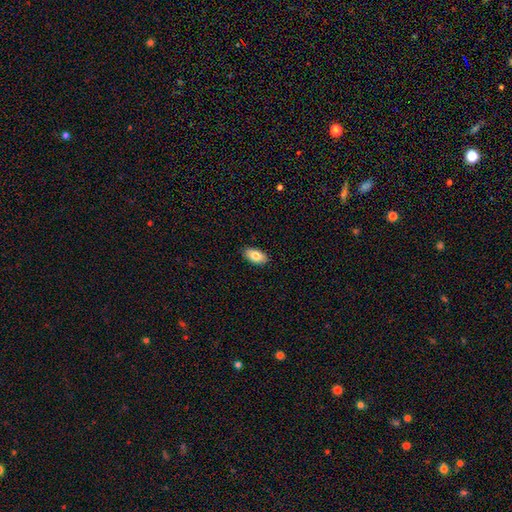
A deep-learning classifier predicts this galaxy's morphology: This is clearly a smooth galaxy (84%). How rounded: clearly in between (94%). Merging: clearly none (88%).